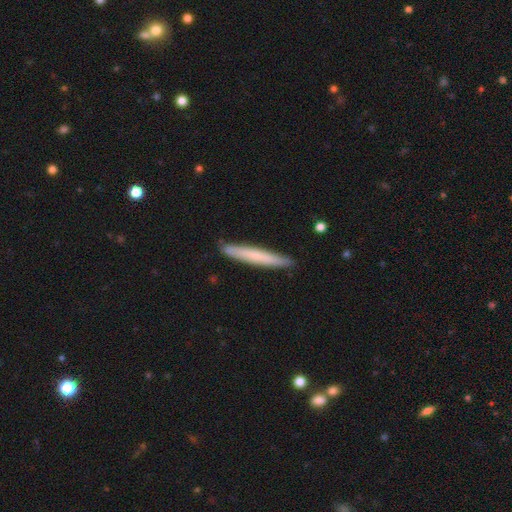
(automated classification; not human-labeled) smooth 65%, featured or disk 30%, star or artifact 5%. Down the decision tree: how rounded — cigar-shaped (96%); merging — none (89%).